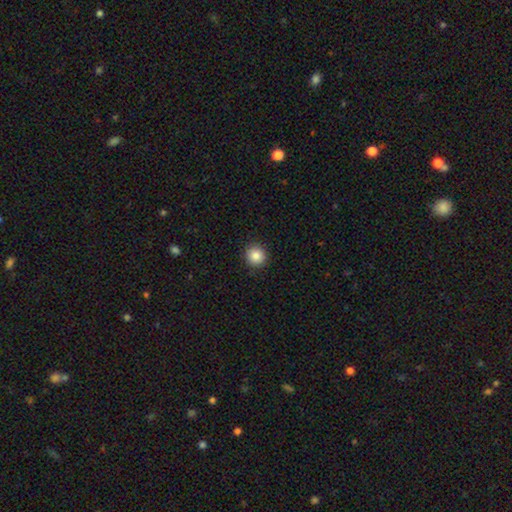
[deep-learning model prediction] smooth-or-featured: smooth: 86% | star or artifact: 10% | featured or disk: 4%
  how-rounded: round: 93% | in between: 6% | cigar-shaped: 1%
  merging: none: 91% | minor disturbance: 6% | major disturbance: 2% | merger: 1%